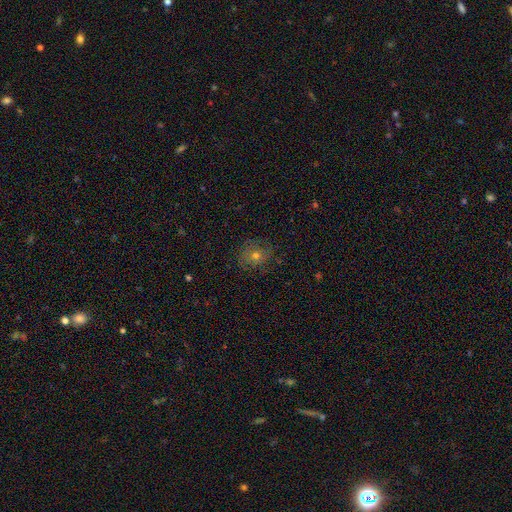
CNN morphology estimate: A smooth galaxy with no disk features (48%). Merging: none (78%).